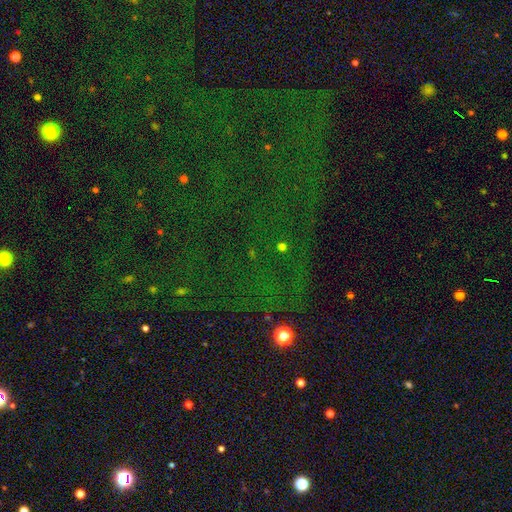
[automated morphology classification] star or artifact 81%, smooth 11%, featured or disk 8%.